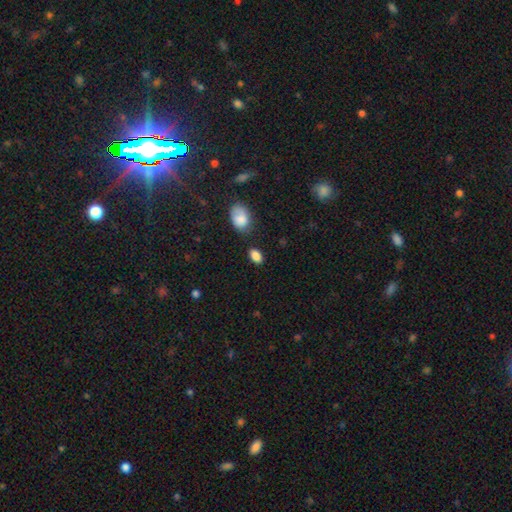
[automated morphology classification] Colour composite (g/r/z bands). It shows a smooth galaxy with no disk features (87%) that is in between round and cigar-shaped (88%). Merging: none (76%).